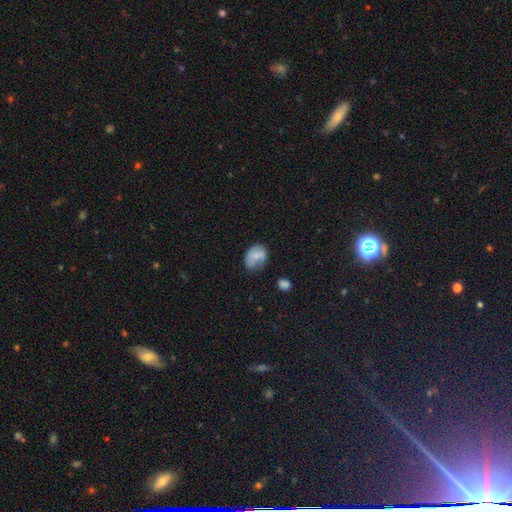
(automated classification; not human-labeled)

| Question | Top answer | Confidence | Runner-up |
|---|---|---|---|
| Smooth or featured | smooth | 63% | featured or disk (28%) |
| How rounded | in between | 64% | round (35%) |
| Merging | none | 49% | minor disturbance (32%) |